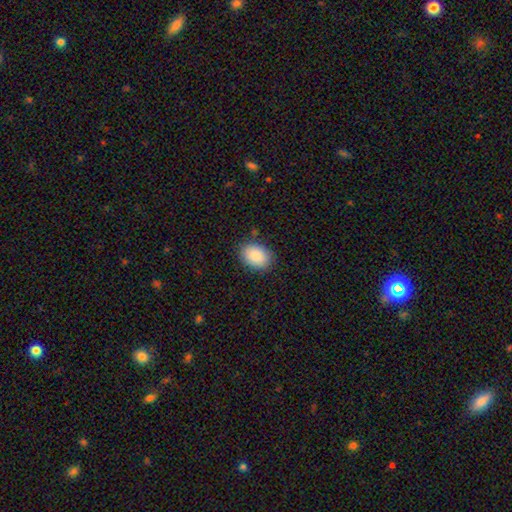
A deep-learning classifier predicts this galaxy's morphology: Q: Smooth or featured?
A: smooth (89%); runner-up: star or artifact (7%)
Q: How rounded?
A: in between (75%); runner-up: round (24%)
Q: Merging?
A: none (86%); runner-up: minor disturbance (10%)